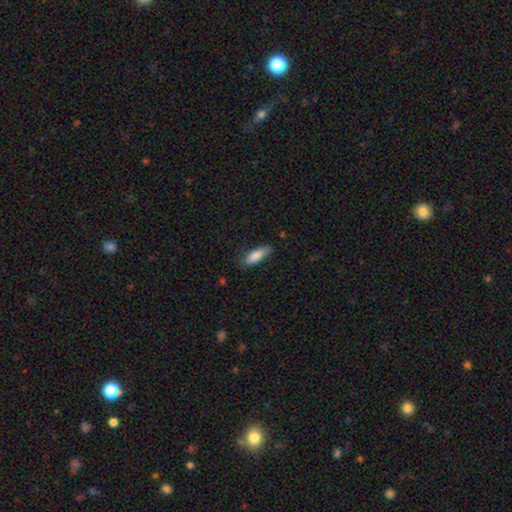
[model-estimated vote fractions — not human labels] The model was most divided on "how rounded": in between: 66%, cigar-shaped: 32%, round: 2%. More confident: smooth or featured — smooth (85%); merging — none (76%).